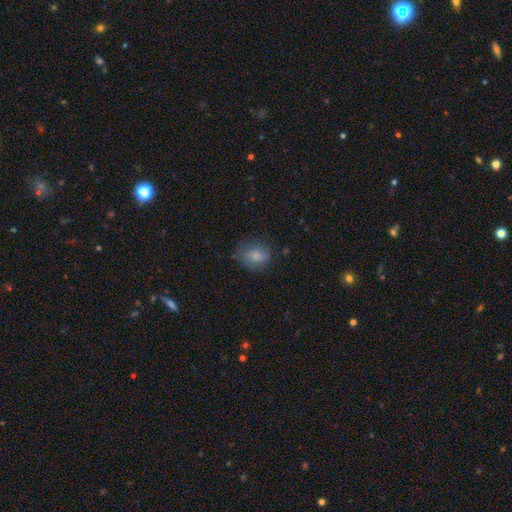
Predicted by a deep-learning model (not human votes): Smooth or featured? Predicted: smooth (p=0.78). How rounded? Predicted: in between (p=0.50). Merging? Predicted: none (p=0.67).